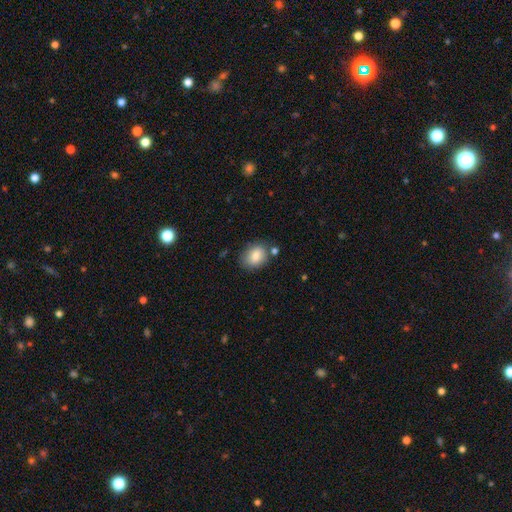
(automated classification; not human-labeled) This appears to be a smooth galaxy with no disk features (82%) that is in between round and cigar-shaped (59%). Merging: none (74%).